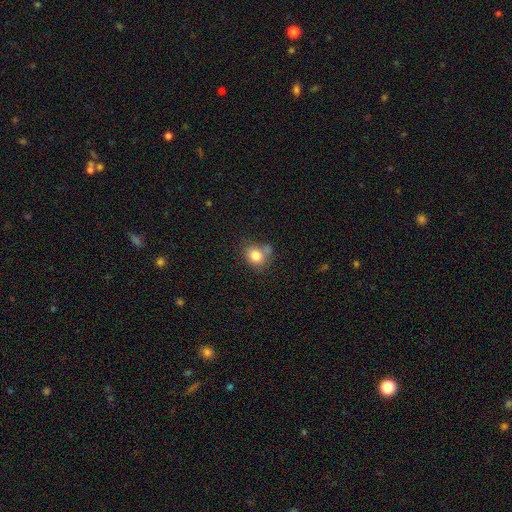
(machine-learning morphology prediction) The model was most divided on "how rounded": round: 64%, in between: 35%, cigar-shaped: 1%. More confident: smooth or featured — smooth (82%); merging — none (55%).